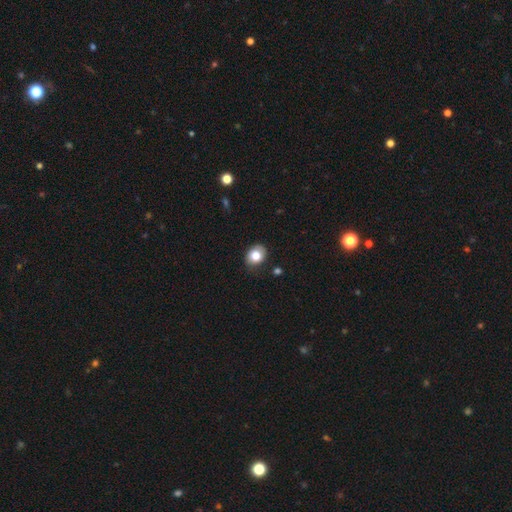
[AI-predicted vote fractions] Smooth or featured: smooth — 80% (featured or disk — 12%)
How rounded: in between — 52% (round — 47%)
Merging: none — 80% (minor disturbance — 16%)